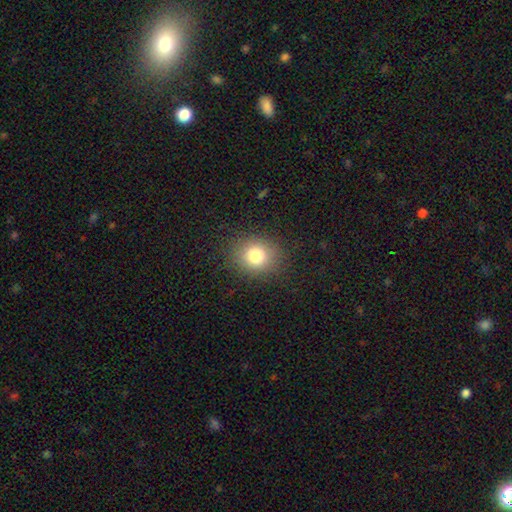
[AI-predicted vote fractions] A smooth galaxy with no disk features (80%) that is round (69%).

Vote fractions:
- Smooth or featured? smooth: 80% / star or artifact: 12% / featured or disk: 8%
- How rounded? round: 69% / in between: 30% / cigar-shaped: 1%
- Merging? none: 86% / minor disturbance: 9% / major disturbance: 4% / merger: 1%